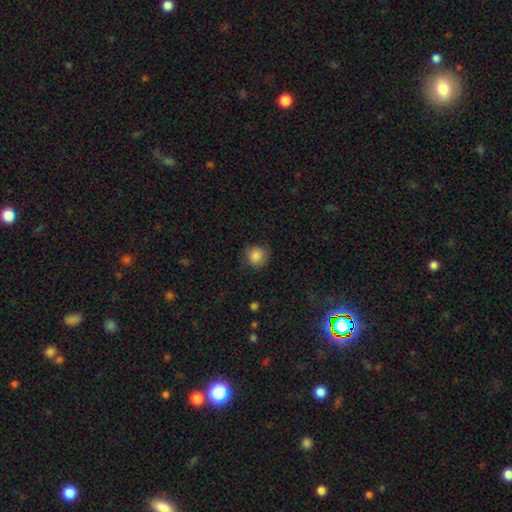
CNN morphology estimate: Smooth or featured? smooth (86%)
How rounded? round (90%)
Merging? none (83%)